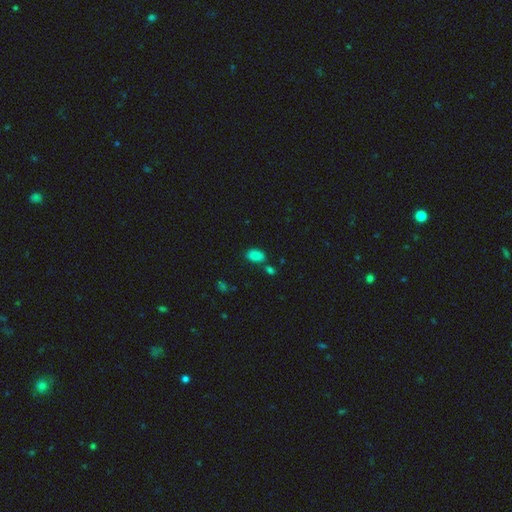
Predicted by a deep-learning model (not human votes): Smooth or featured? Predicted: smooth (p=0.81). How rounded? Predicted: in between (p=0.88). Merging? Predicted: none (p=0.70).